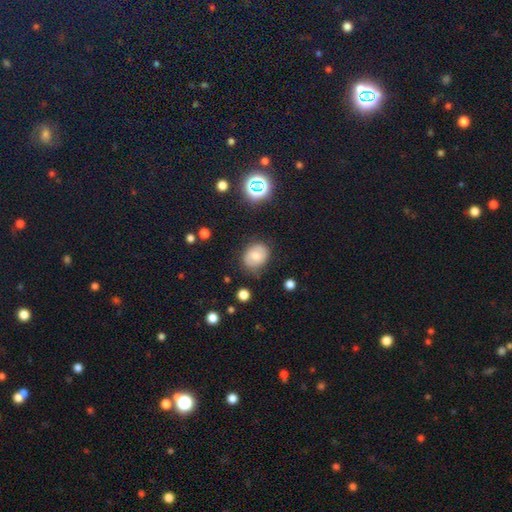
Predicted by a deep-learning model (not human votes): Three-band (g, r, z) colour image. It shows a smooth galaxy with no disk features (62%) that is round (55%). Merging: none (74%).